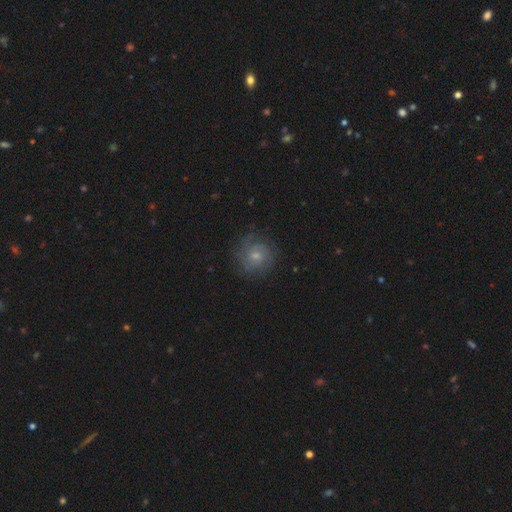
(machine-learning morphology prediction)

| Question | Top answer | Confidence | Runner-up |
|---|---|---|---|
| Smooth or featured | featured or disk | 52% | smooth (38%) |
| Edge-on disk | no | 97% | yes (3%) |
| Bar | no | 68% | weak (28%) |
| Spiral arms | yes | 80% | no (20%) |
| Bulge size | small | 56% | moderate (37%) |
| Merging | none | 76% | minor disturbance (16%) |